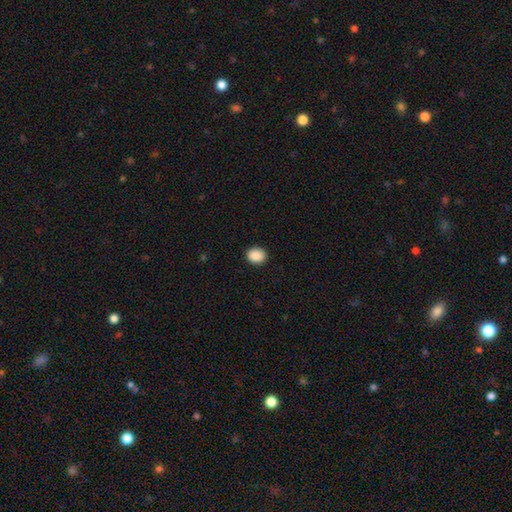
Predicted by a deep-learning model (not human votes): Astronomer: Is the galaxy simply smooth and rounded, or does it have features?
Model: smooth — 89%.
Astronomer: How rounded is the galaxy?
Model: round — 55% (runner-up: in between, 45%).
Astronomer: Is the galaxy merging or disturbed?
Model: none — 90%.